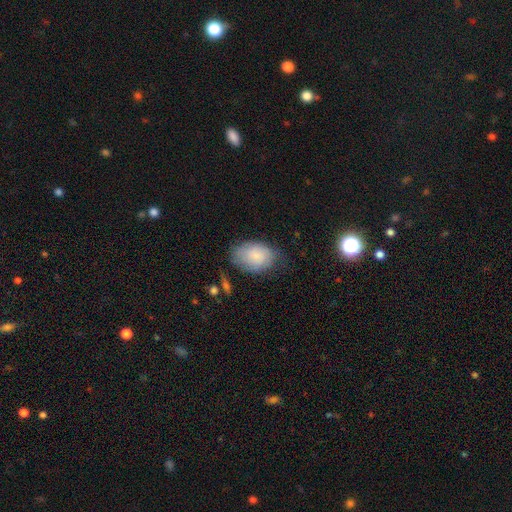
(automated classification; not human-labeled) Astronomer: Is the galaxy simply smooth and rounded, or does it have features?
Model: smooth — 77%.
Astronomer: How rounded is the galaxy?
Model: in between — 83%.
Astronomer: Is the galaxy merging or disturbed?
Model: none — 62%.